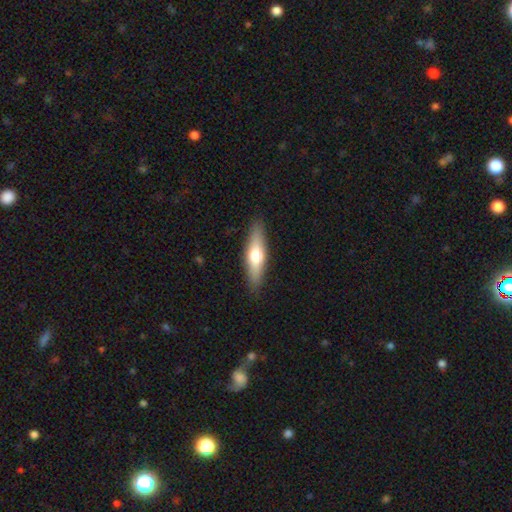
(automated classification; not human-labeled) Smooth or featured: smooth — 54% (featured or disk — 41%)
How rounded: cigar-shaped — 66% (in between — 32%)
Merging: none — 88% (minor disturbance — 9%)